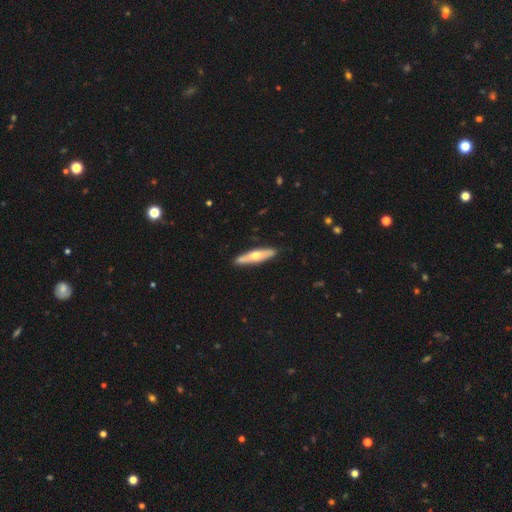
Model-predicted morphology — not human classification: type=featured or disk (51%); edge-on=yes (87%); merging=none (86%).